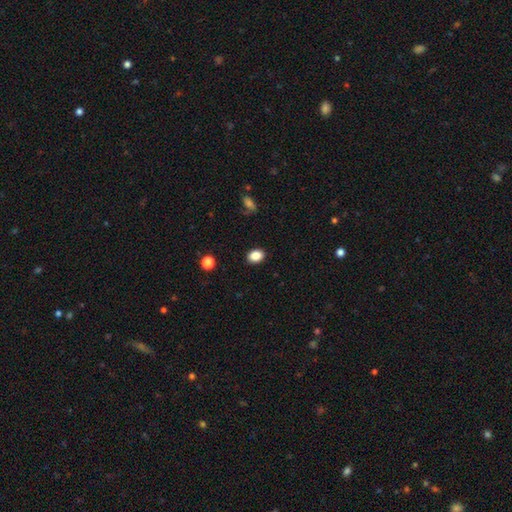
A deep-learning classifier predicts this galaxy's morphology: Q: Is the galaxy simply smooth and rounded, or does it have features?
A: smooth — 87%.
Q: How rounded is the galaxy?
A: in between — 69%.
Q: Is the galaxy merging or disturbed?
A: none — 89%.